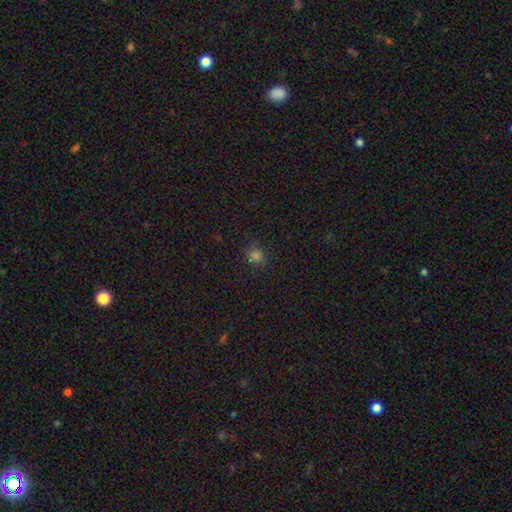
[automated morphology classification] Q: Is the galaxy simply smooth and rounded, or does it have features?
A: smooth — 75%.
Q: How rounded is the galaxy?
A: round — 84%.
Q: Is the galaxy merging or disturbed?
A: none — 80%.